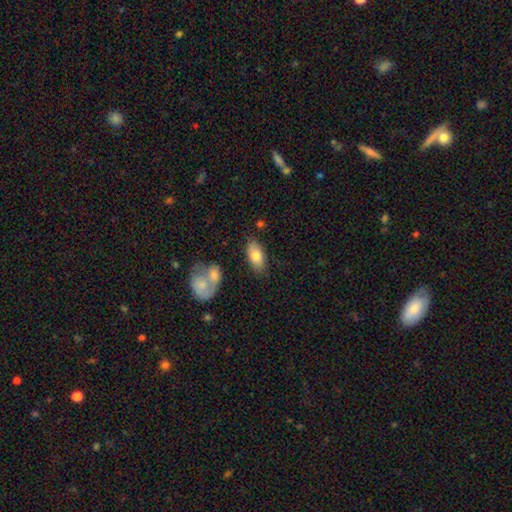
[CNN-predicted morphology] Overall: smooth (79%). How rounded: in between (90%). Merging: none (76%).